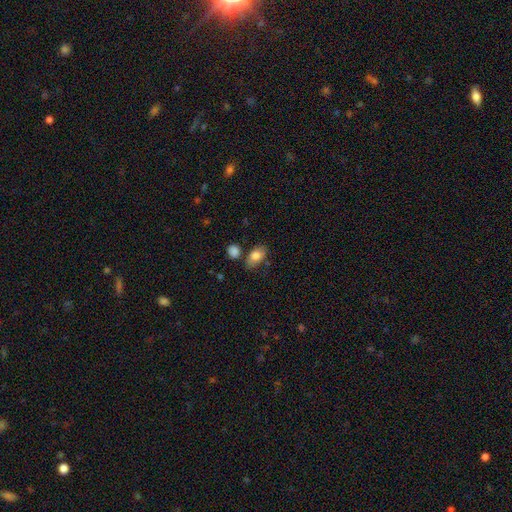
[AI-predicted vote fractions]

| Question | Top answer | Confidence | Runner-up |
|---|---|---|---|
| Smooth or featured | smooth | 80% | featured or disk (13%) |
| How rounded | in between | 87% | round (11%) |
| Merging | none | 69% | minor disturbance (18%) |